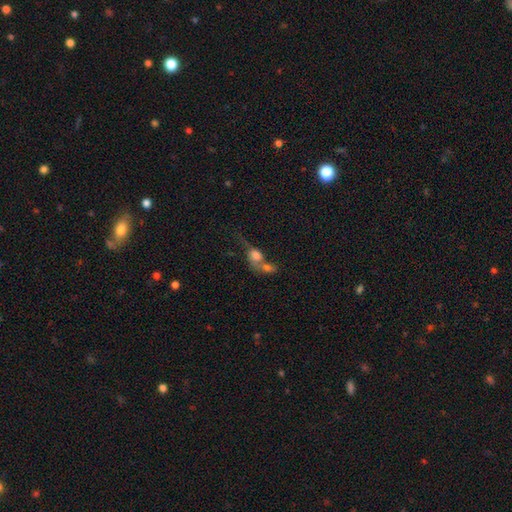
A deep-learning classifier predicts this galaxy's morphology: This appears to be a smooth galaxy with no disk features (61%) that is in between round and cigar-shaped (54%). Merging: merger (70%).